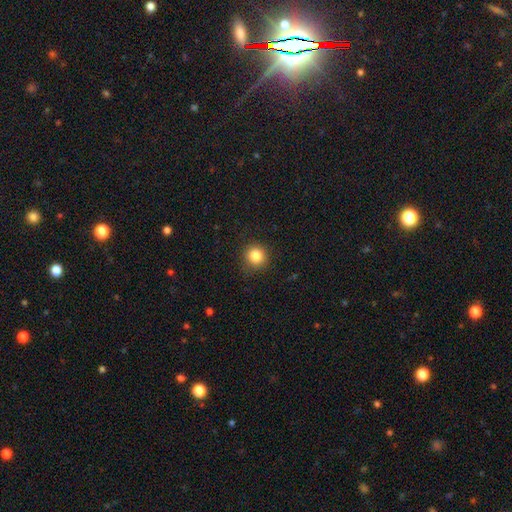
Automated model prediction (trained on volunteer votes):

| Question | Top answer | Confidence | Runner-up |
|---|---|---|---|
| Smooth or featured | smooth | 84% | star or artifact (11%) |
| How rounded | round | 93% | in between (6%) |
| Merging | none | 88% | minor disturbance (9%) |